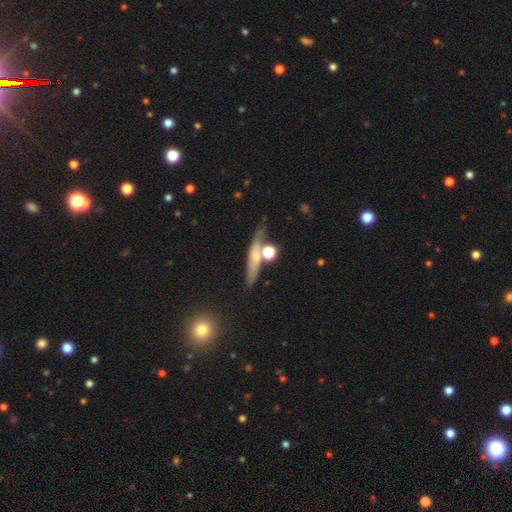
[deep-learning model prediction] Smooth or featured: featured or disk — 48% (smooth — 41%)
Merging: none — 58% (minor disturbance — 17%)